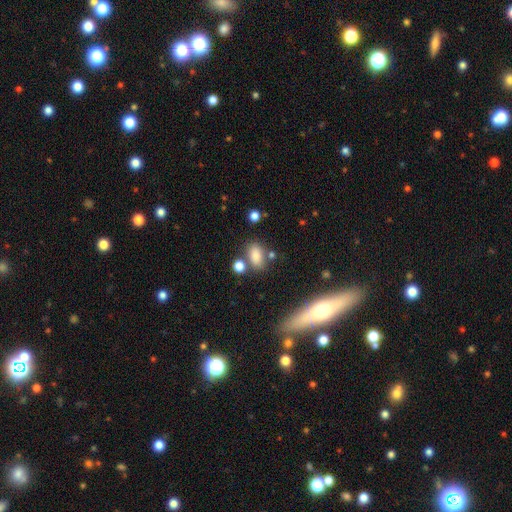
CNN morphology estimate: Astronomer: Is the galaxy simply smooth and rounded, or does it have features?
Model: smooth — 82%.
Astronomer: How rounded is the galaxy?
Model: in between — 82%.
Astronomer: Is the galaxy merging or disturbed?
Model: none — 64%.